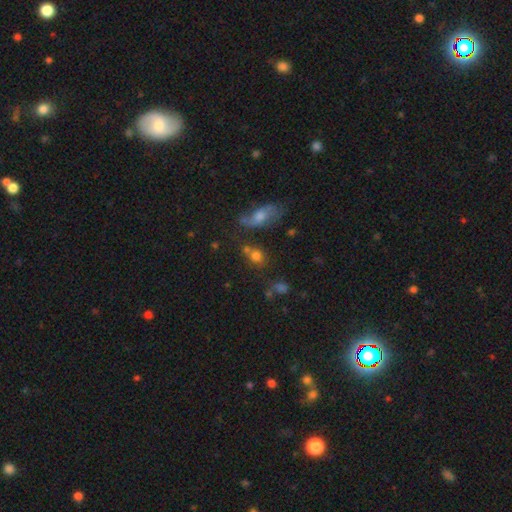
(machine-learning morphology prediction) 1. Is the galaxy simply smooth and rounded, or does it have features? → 72% smooth, 15% star or artifact, 13% featured or disk.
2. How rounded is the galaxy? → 63% round, 34% in between, 3% cigar-shaped.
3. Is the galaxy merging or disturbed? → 54% none, 25% merger, 15% minor disturbance, 7% major disturbance.